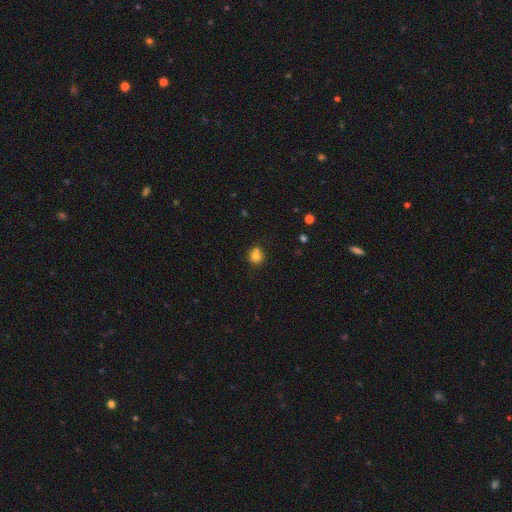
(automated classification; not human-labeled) Overall: smooth (80%). How rounded: round (87%). Merging: none (63%).